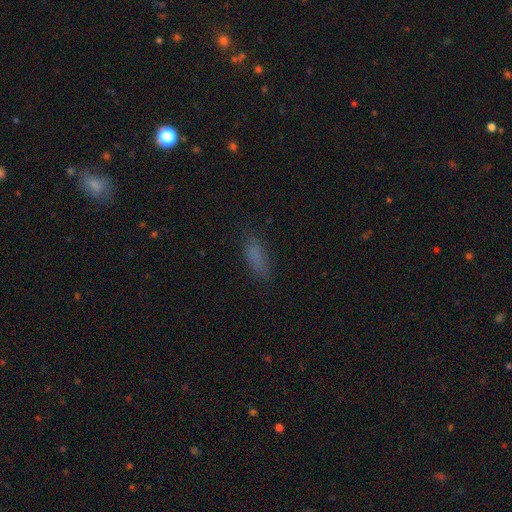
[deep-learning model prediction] Overall: smooth (79%). How rounded: in between (63%; cigar-shaped 35%). Merging: none (76%).